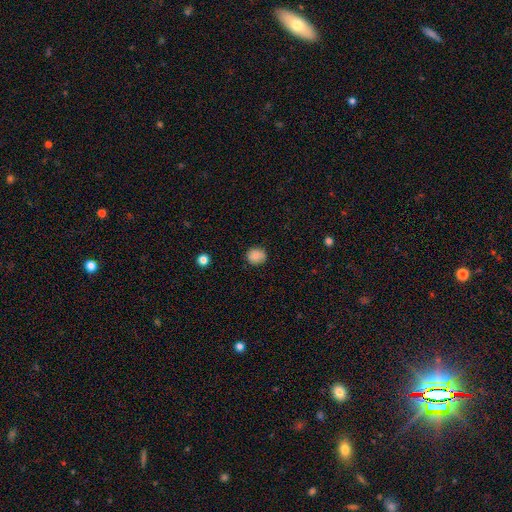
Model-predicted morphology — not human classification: Smooth or featured? smooth (86%)
How rounded? round (77%)
Merging? none (84%)